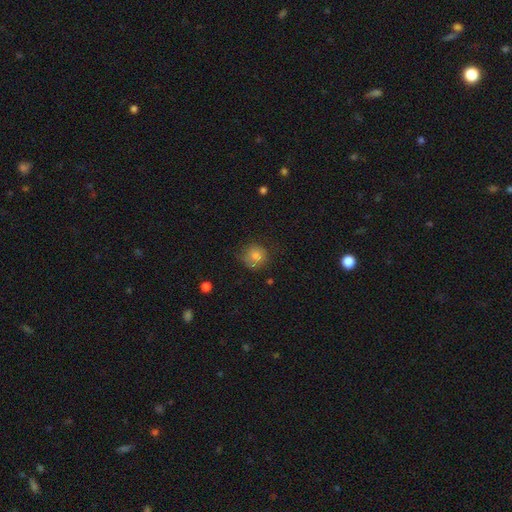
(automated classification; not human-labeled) Q: Smooth or featured?
A: smooth (76%); runner-up: featured or disk (12%)
Q: How rounded?
A: round (88%); runner-up: in between (11%)
Q: Merging?
A: none (69%); runner-up: minor disturbance (21%)